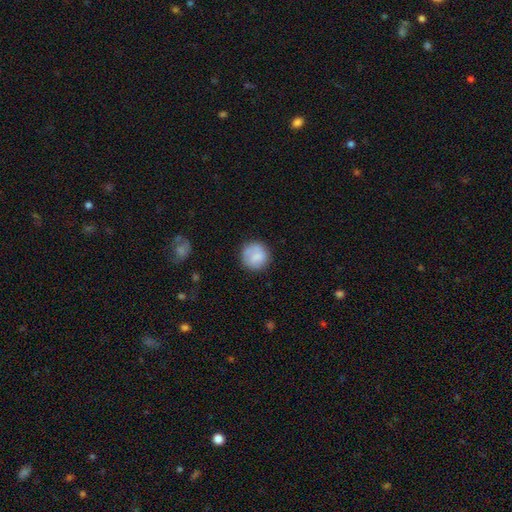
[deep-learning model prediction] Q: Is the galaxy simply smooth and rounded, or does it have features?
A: smooth — 78%.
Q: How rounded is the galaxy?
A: round — 92%.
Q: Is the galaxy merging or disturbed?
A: none — 78%.